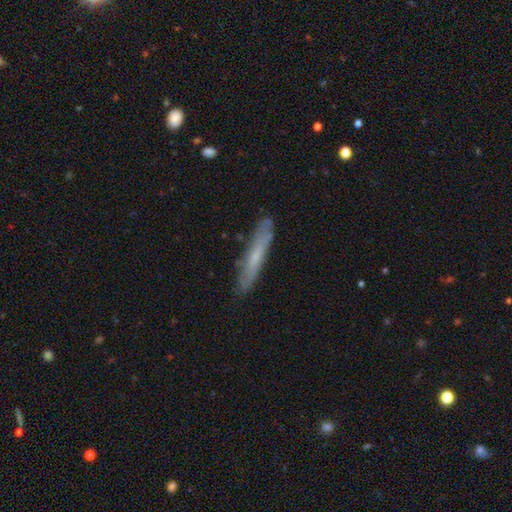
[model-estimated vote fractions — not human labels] smooth_or_featured: smooth (p=0.50) [alt: featured or disk p=0.43]
merging: none (p=0.84) [alt: minor disturbance p=0.12]